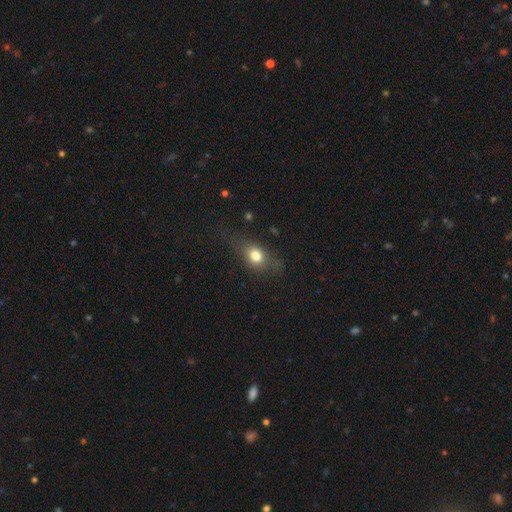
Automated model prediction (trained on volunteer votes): smooth-or-featured: smooth: 73% | featured or disk: 16% | star or artifact: 11%
  how-rounded: in between: 57% | round: 36% | cigar-shaped: 7%
  merging: none: 59% | minor disturbance: 25% | major disturbance: 14% | merger: 2%